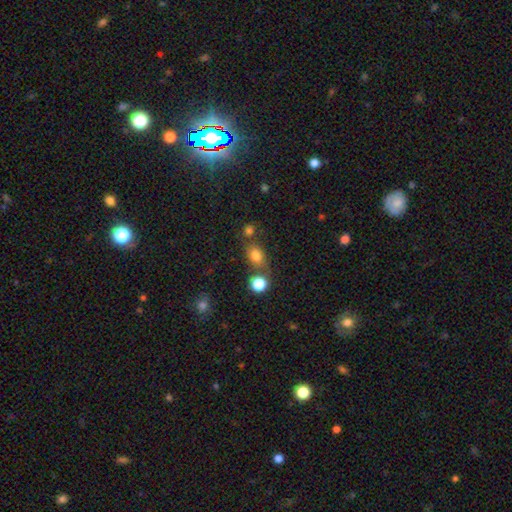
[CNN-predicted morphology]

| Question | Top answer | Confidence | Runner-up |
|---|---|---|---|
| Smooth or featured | smooth | 79% | star or artifact (14%) |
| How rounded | in between | 67% | round (31%) |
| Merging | none | 63% | merger (17%) |